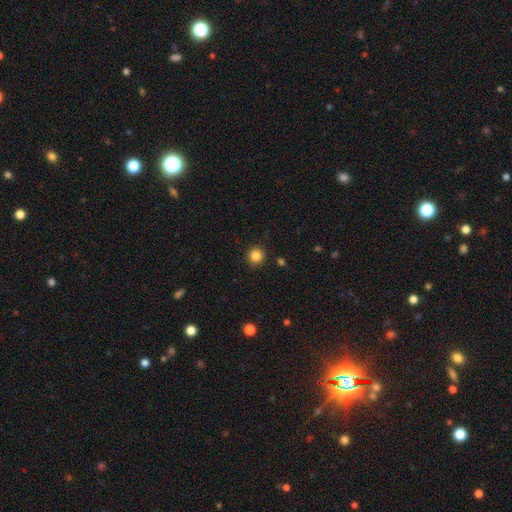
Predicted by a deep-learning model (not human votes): smooth_or_featured: smooth (p=0.85) [alt: star or artifact p=0.11]
how_rounded: round (p=0.93) [alt: in between p=0.06]
merging: none (p=0.91) [alt: minor disturbance p=0.06]